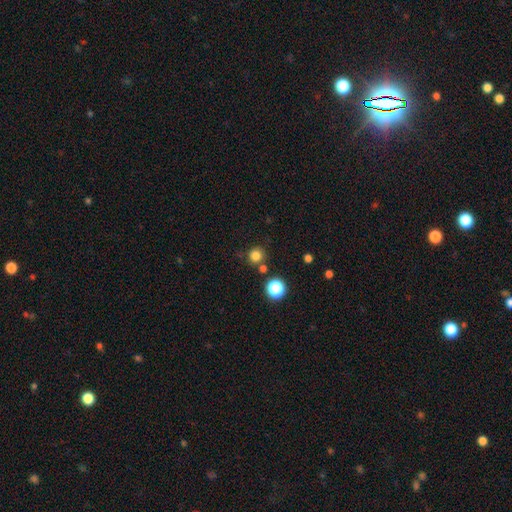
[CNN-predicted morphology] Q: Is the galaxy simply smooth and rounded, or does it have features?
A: smooth — 79%.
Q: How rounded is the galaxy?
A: round — 93%.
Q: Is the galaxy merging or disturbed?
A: none — 78%.